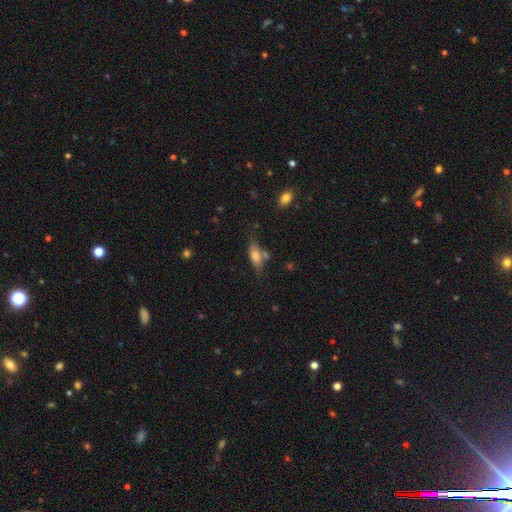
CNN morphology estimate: Overall: smooth (67%). How rounded: in between (67%; cigar-shaped 29%). Merging: none (59%; minor disturbance 21%).